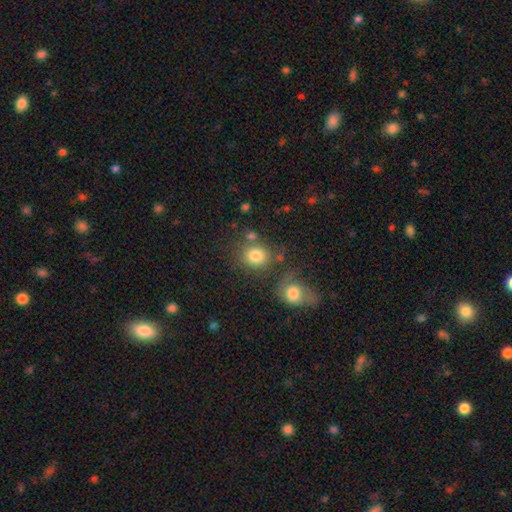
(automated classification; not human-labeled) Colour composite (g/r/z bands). It shows a smooth galaxy with no disk features (81%) that is round (73%). Merging: none (62%).